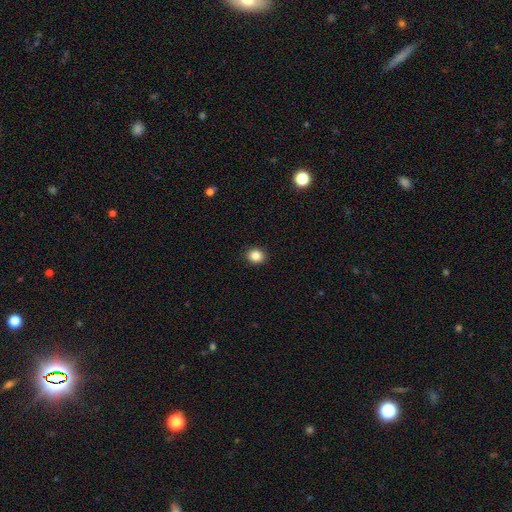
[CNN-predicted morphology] Smooth or featured?
  - smooth: 86% *
  - star or artifact: 10%
  - featured or disk: 4%
How rounded?
  - round: 71% *
  - in between: 28%
  - cigar-shaped: 1%
Merging?
  - none: 91% *
  - minor disturbance: 6%
  - major disturbance: 2%
  - merger: 1%